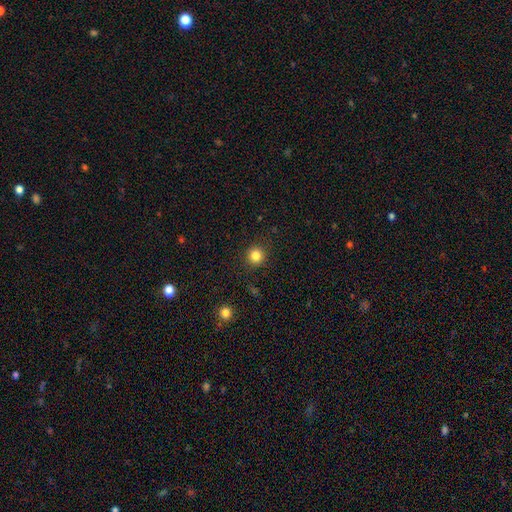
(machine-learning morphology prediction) smooth 83%, star or artifact 12%, featured or disk 5%. Down the decision tree: how rounded — round (94%); merging — none (91%).